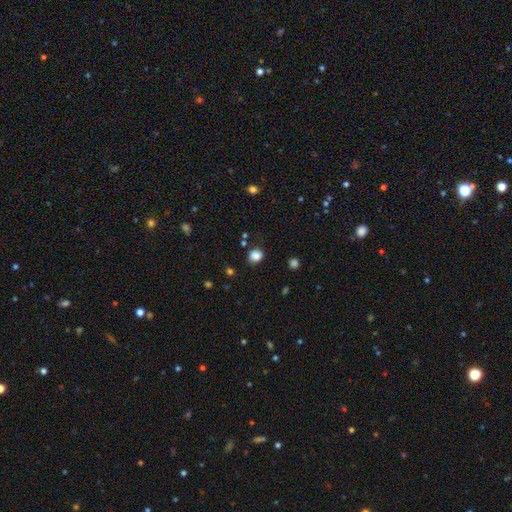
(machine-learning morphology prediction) This is clearly a smooth galaxy (85%). How rounded: likely round (75%). Merging: clearly none (83%).